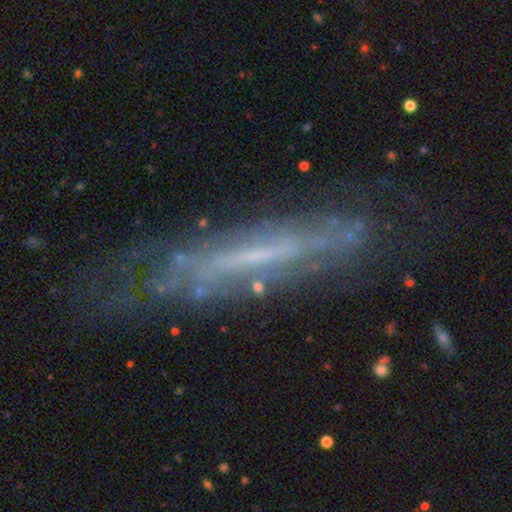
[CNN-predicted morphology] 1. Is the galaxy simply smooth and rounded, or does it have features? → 69% featured or disk, 20% smooth, 11% star or artifact.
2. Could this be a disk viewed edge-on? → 63% yes, 37% no.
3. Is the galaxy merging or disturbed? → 68% none, 21% minor disturbance, 9% major disturbance, 2% merger.